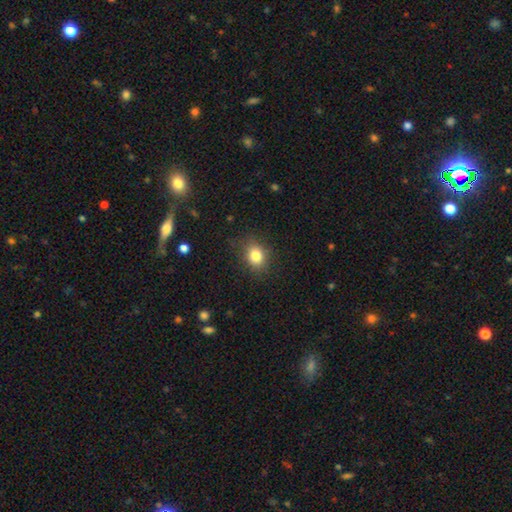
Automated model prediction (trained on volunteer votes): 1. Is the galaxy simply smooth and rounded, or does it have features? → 83% smooth, 11% star or artifact, 6% featured or disk.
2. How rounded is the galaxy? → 57% round, 42% in between, 1% cigar-shaped.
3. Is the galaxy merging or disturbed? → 83% none, 13% minor disturbance, 4% major disturbance, 1% merger.